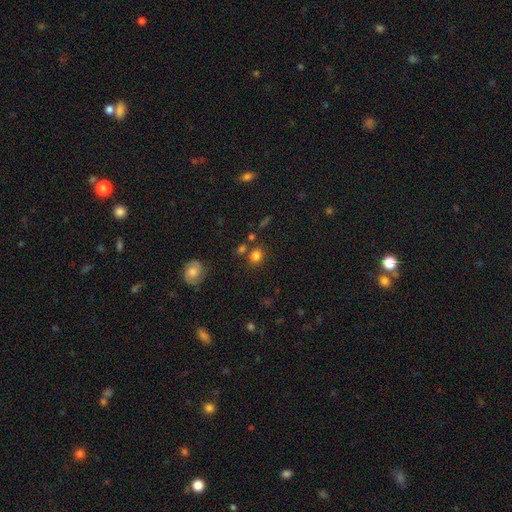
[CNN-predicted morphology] smooth-or-featured: smooth: 81% | star or artifact: 12% | featured or disk: 7%
  how-rounded: round: 64% | in between: 35% | cigar-shaped: 1%
  merging: none: 72% | merger: 12% | minor disturbance: 12% | major disturbance: 4%